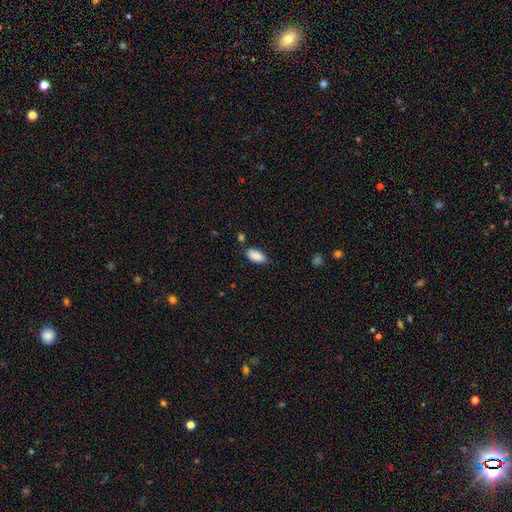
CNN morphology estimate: smooth 89%, star or artifact 7%, featured or disk 4%. Down the decision tree: how rounded — in between (92%); merging — none (81%).